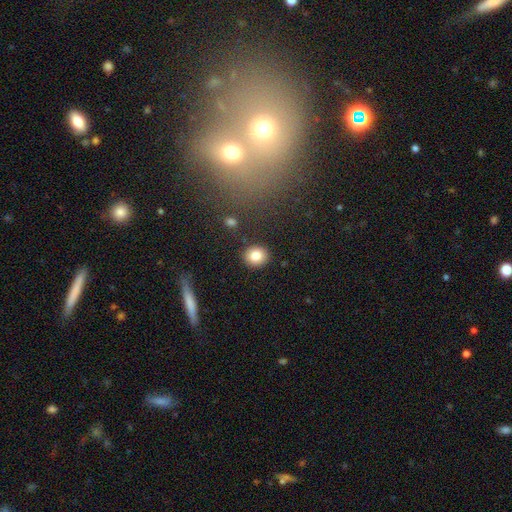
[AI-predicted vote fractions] Morphology: type=smooth (82%); roundness=round (78%); merging=none (89%).